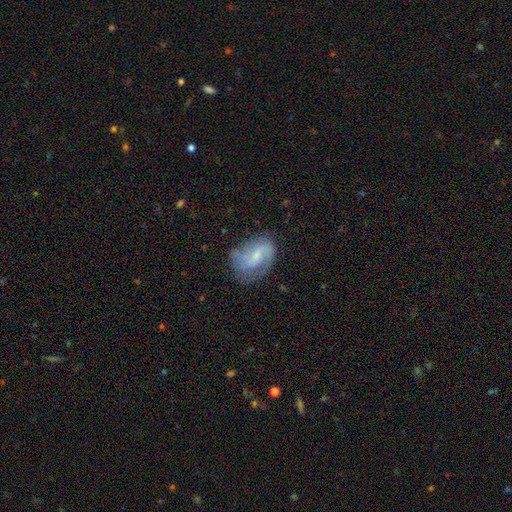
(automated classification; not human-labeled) Morphology: type=featured or disk (68%); edge-on=no (97%); bar=weak (51%); spiral arms=yes (87%); winding=medium (41%); arm count=2 (64%); bulge=small (54%); merging=none (57%).